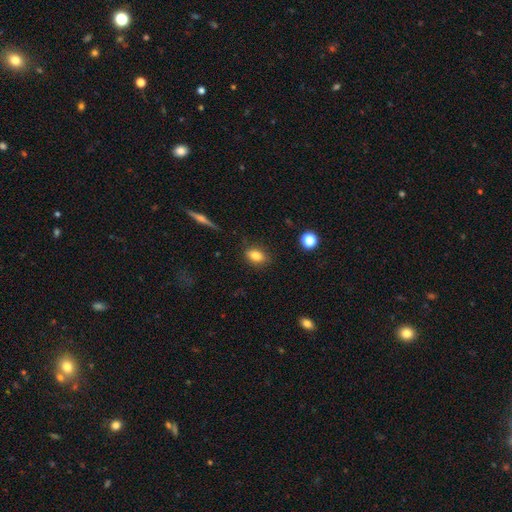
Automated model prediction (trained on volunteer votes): This appears to be a smooth galaxy with no disk features (81%) that is in between round and cigar-shaped (77%). Merging: none (83%).